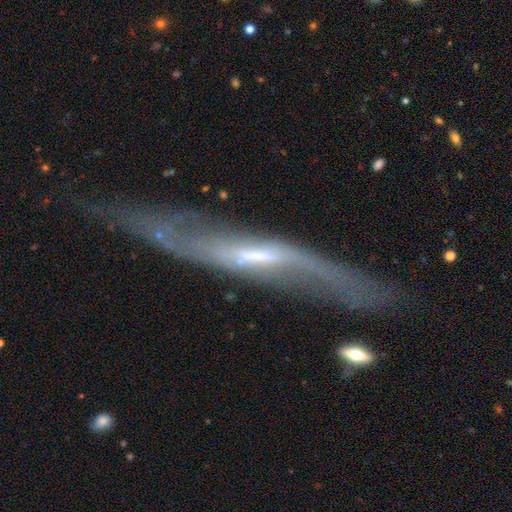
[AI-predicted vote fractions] Overall: featured or disk (80%). Edge-on disk: no (55%; yes 45%). Merging: none (58%; minor disturbance 19%).